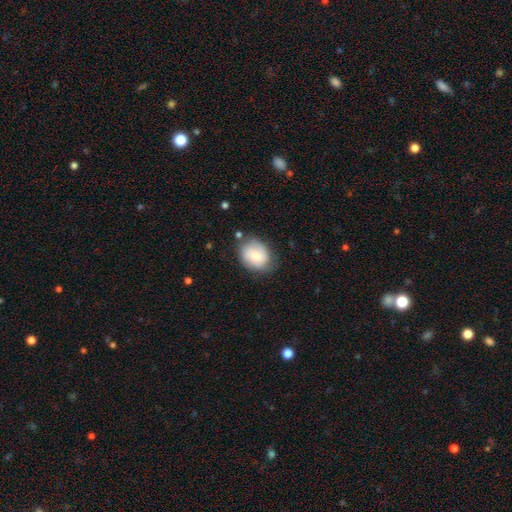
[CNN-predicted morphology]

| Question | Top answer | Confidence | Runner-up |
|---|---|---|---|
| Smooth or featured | smooth | 71% | featured or disk (22%) |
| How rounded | round | 50% | in between (49%) |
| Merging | none | 67% | minor disturbance (24%) |